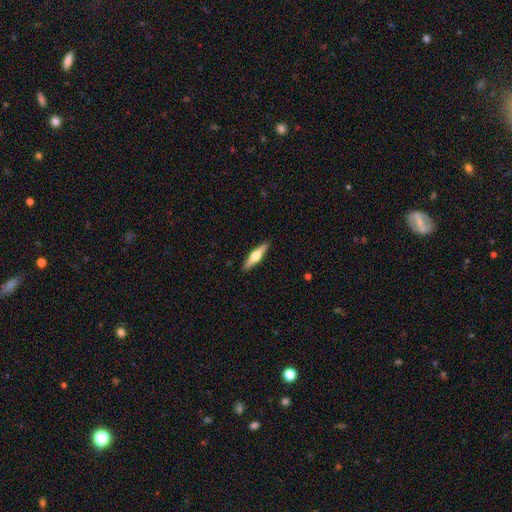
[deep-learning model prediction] This appears to be a featured or disk galaxy (65%) viewed edge-on (97%) with a rounded central bulge (95%). Merging: none (91%).